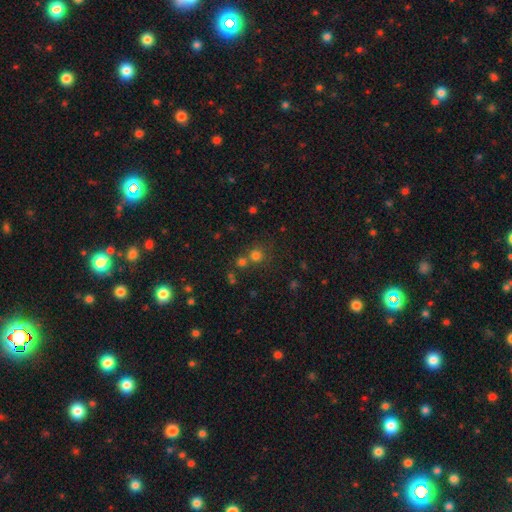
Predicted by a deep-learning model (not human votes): Smooth or featured: smooth — 72% (star or artifact — 20%)
How rounded: round — 91% (in between — 8%)
Merging: none — 63% (merger — 26%)